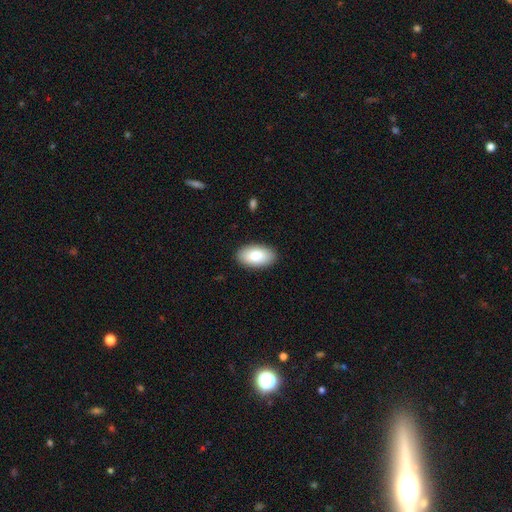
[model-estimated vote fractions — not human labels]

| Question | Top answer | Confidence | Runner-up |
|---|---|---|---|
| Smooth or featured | smooth | 80% | featured or disk (13%) |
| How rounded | in between | 95% | round (3%) |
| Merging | none | 90% | minor disturbance (8%) |